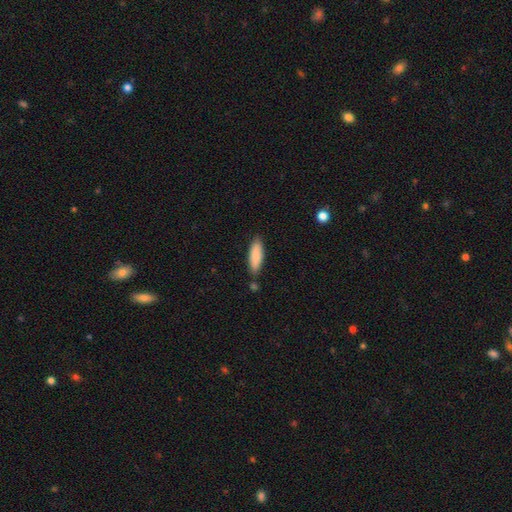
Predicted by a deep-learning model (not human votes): The model was most divided on "how rounded": in between: 50%, cigar-shaped: 48%, round: 2%. More confident: smooth or featured — smooth (86%); merging — none (79%).